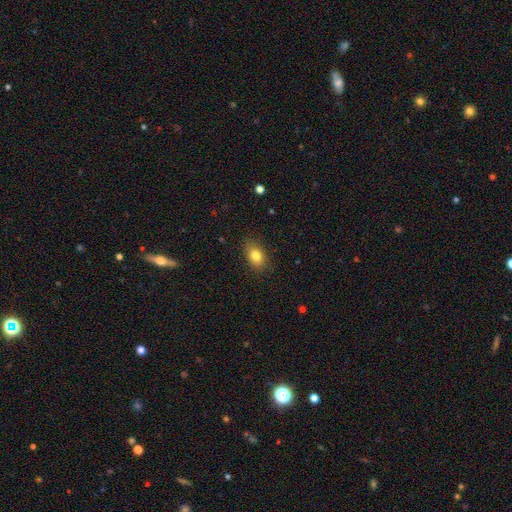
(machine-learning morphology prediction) This is clearly a smooth galaxy (82%). How rounded: clearly in between (81%). Merging: clearly none (85%).